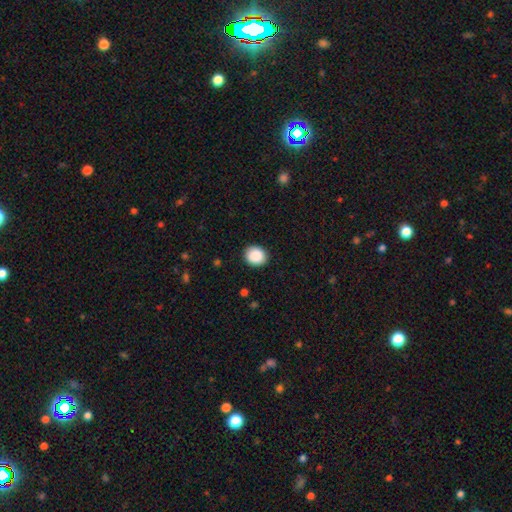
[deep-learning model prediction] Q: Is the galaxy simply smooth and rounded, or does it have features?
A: smooth — 89%.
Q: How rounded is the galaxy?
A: round — 73%.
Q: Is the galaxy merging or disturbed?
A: none — 90%.